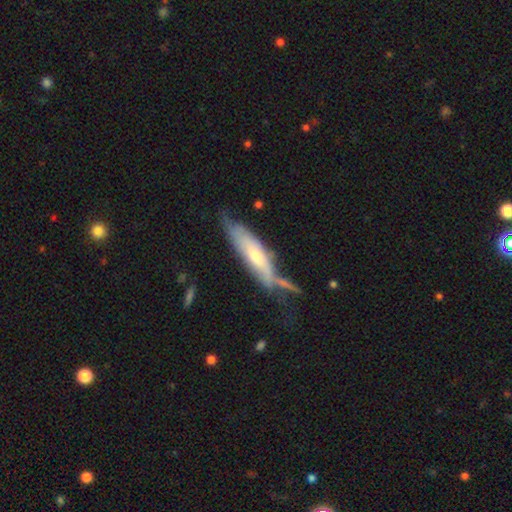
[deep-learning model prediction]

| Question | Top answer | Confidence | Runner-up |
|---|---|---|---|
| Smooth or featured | featured or disk | 49% | smooth (45%) |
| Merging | none | 45% | minor disturbance (28%) |